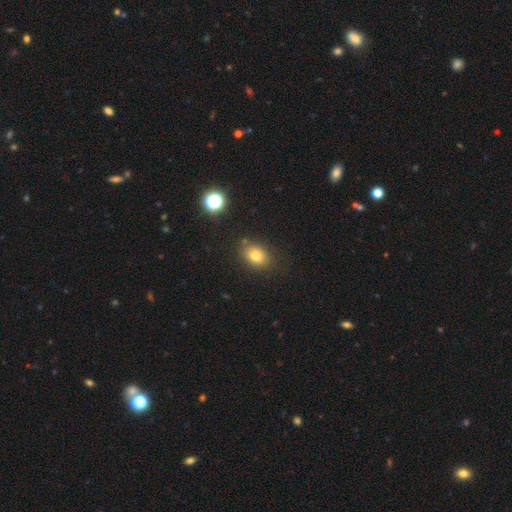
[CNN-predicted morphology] The model was most divided on "how rounded": in between: 72%, round: 27%, cigar-shaped: 1%. More confident: merging — none (82%); smooth or featured — smooth (78%).